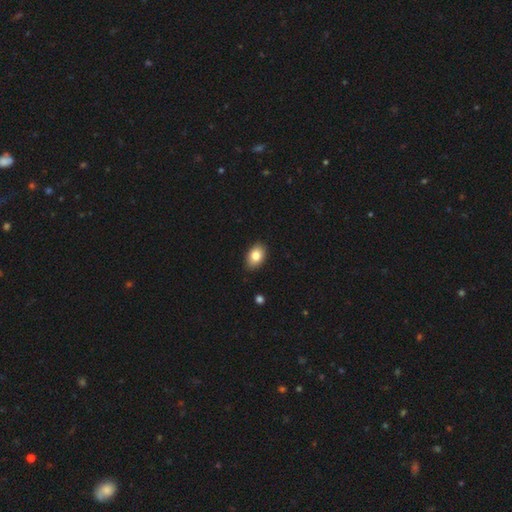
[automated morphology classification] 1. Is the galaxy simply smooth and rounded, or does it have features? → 82% smooth, 10% featured or disk, 8% star or artifact.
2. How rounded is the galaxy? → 86% in between, 12% round, 1% cigar-shaped.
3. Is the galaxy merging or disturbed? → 88% none, 9% minor disturbance, 2% major disturbance, 1% merger.